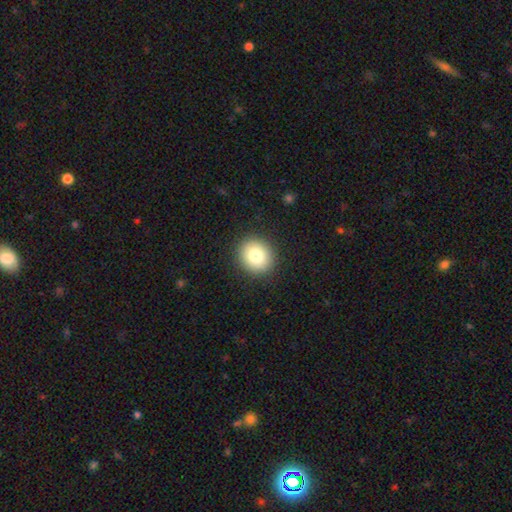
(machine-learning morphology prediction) type=smooth (81%); roundness=round (83%); merging=none (91%).